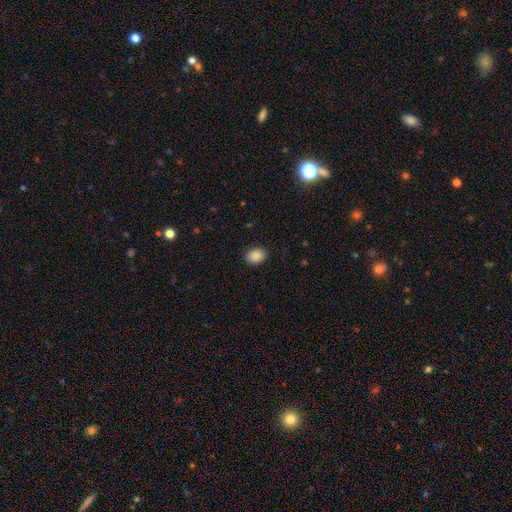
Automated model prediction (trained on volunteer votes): Q: Smooth or featured?
A: smooth (89%); runner-up: star or artifact (8%)
Q: How rounded?
A: in between (68%); runner-up: round (32%)
Q: Merging?
A: none (89%); runner-up: minor disturbance (8%)